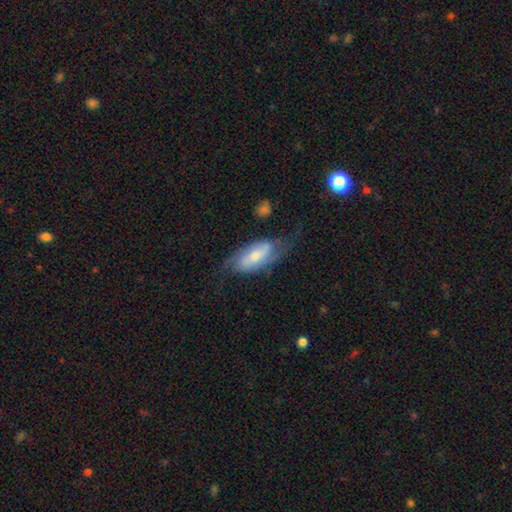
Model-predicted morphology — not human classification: This is possibly a featured or disk galaxy (58%). It is clearly not viewed edge-on (88%). Bar: marginally weak (41%, tied with no). Spiral arm pattern: clearly yes (84%). Central bulge: possibly moderate (46%). Merging: possibly none (55%).